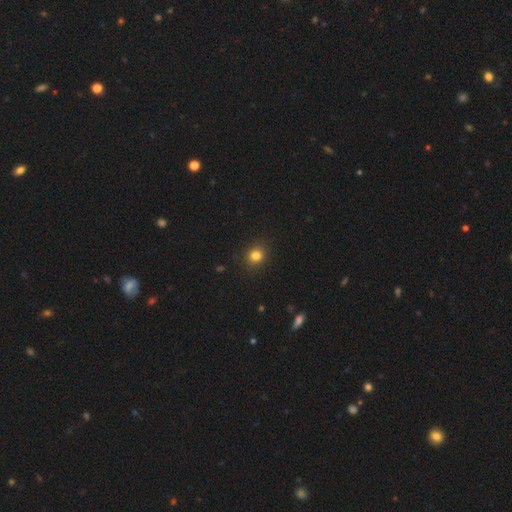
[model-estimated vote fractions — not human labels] Smooth or featured: smooth — 82% (star or artifact — 13%)
How rounded: round — 78% (in between — 21%)
Merging: none — 89% (minor disturbance — 7%)